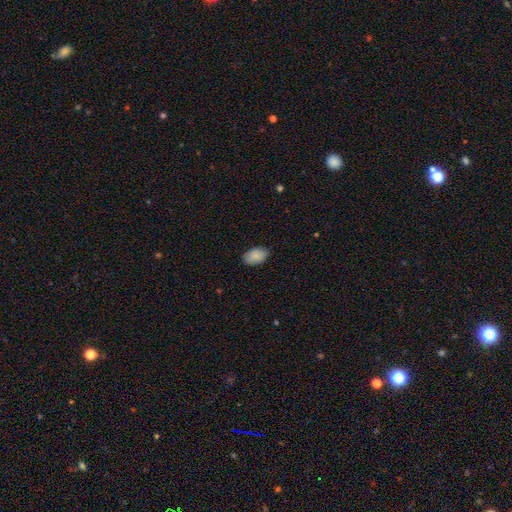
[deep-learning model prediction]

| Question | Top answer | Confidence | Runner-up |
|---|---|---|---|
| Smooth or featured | smooth | 88% | star or artifact (7%) |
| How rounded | in between | 91% | round (7%) |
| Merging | none | 86% | minor disturbance (11%) |